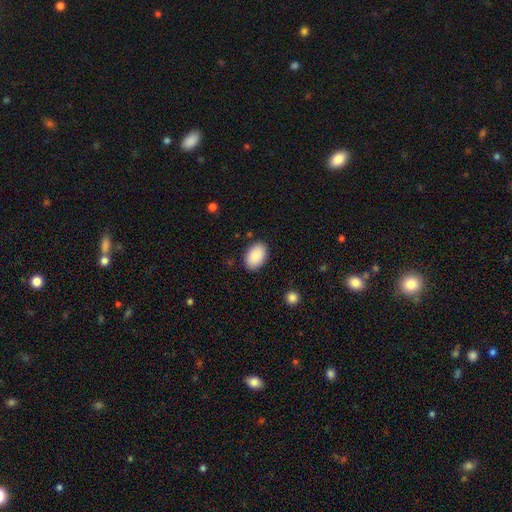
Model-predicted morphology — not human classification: smooth-or-featured: smooth: 90% | star or artifact: 6% | featured or disk: 4%
  how-rounded: in between: 91% | round: 8% | cigar-shaped: 1%
  merging: none: 87% | minor disturbance: 9% | major disturbance: 2% | merger: 1%